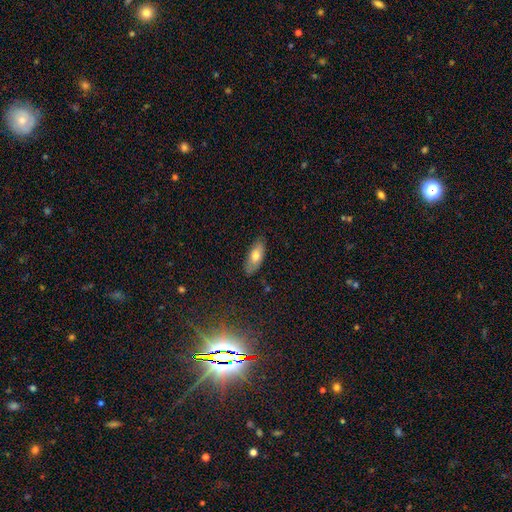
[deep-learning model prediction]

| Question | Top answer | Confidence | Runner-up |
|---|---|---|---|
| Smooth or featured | smooth | 70% | featured or disk (23%) |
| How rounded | in between | 83% | cigar-shaped (15%) |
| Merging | none | 84% | minor disturbance (13%) |